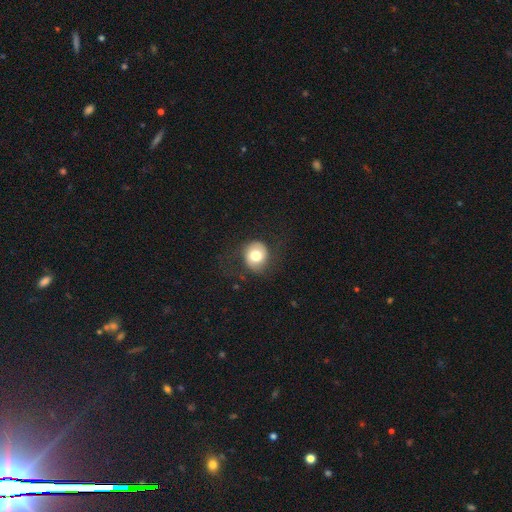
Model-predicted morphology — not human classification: A smooth galaxy with no disk features (70%) that is round (75%). Merging: none (69%).